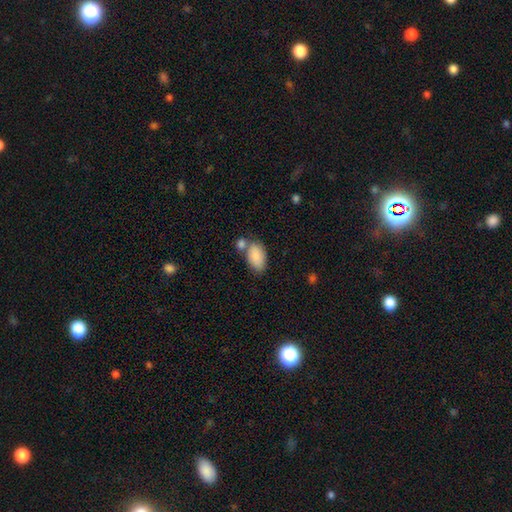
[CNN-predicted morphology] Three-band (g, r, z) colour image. It shows a smooth galaxy with no disk features (86%) that is in between round and cigar-shaped (93%). Merging: none (51%).